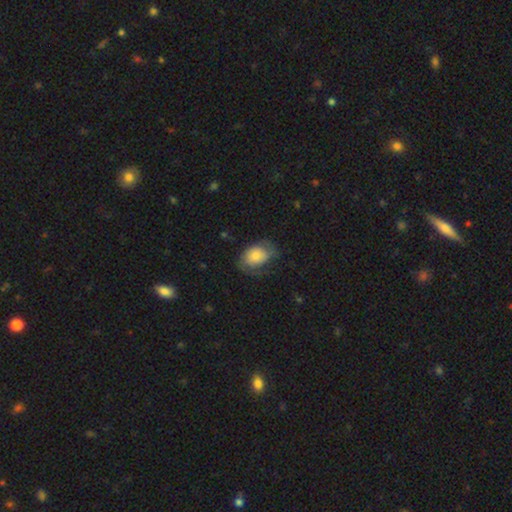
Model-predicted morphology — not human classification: This appears to be a smooth galaxy with no disk features (54%) that is in between round and cigar-shaped (73%). Merging: none (49%).